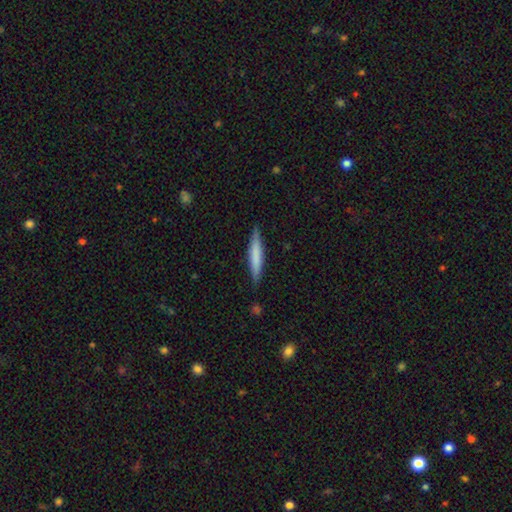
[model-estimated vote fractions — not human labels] Smooth or featured: smooth — 64% (featured or disk — 31%)
How rounded: cigar-shaped — 92% (in between — 6%)
Merging: none — 87% (minor disturbance — 10%)